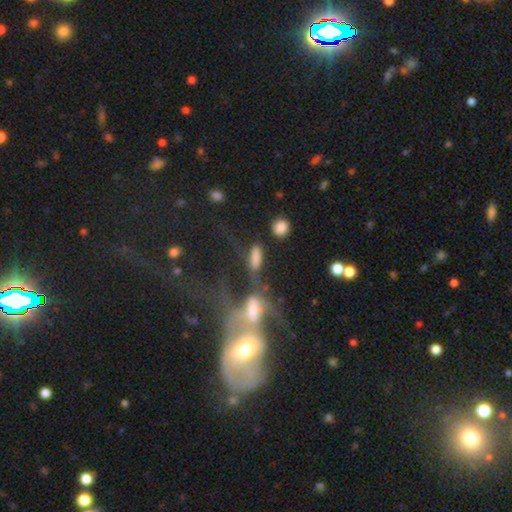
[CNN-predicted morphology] smooth-or-featured: smooth: 61% | featured or disk: 25% | star or artifact: 14%
  how-rounded: in between: 59% | cigar-shaped: 34% | round: 7%
  merging: merger: 31% | none: 30% | major disturbance: 23% | minor disturbance: 17%